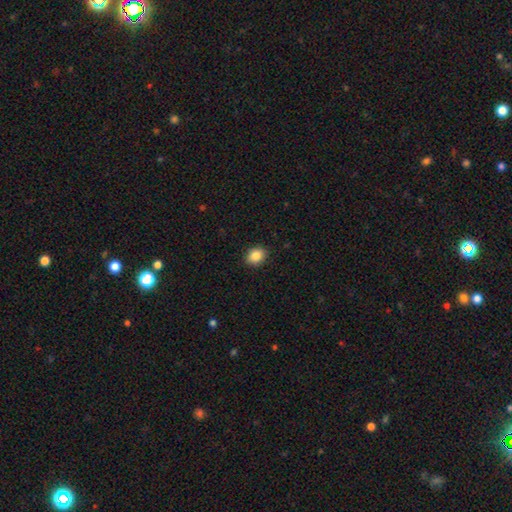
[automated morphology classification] Smooth or featured: smooth — 86% (star or artifact — 9%)
How rounded: round — 50% (in between — 49%)
Merging: none — 89% (minor disturbance — 8%)